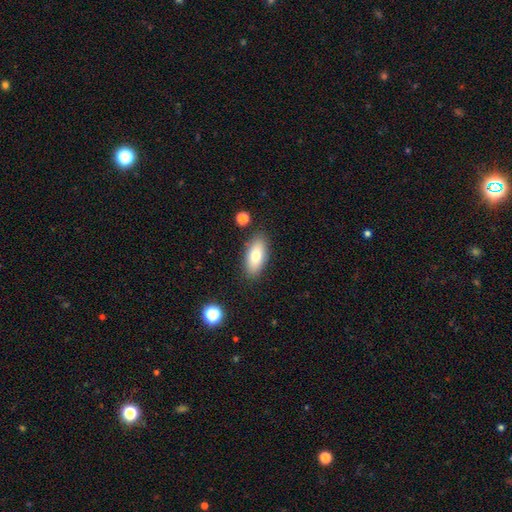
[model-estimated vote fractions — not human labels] smooth-or-featured: smooth: 76% | featured or disk: 17% | star or artifact: 7%
  how-rounded: in between: 86% | cigar-shaped: 11% | round: 3%
  merging: none: 85% | minor disturbance: 10% | merger: 3% | major disturbance: 2%